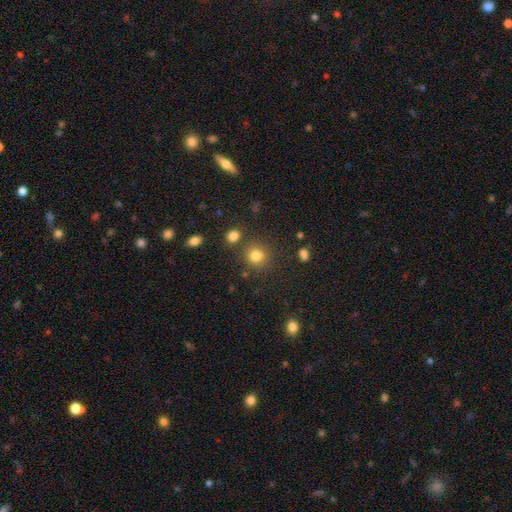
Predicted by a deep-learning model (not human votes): smooth 79%, star or artifact 15%, featured or disk 6%. Down the decision tree: how rounded — round (88%); merging — none (79%).